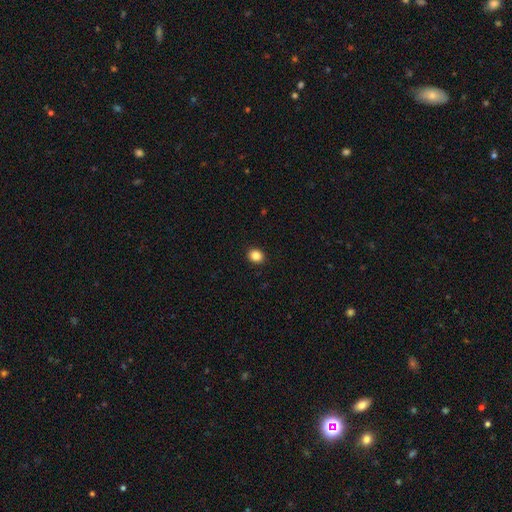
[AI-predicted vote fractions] Smooth or featured: smooth — 85% (star or artifact — 11%)
How rounded: round — 73% (in between — 26%)
Merging: none — 92% (minor disturbance — 5%)